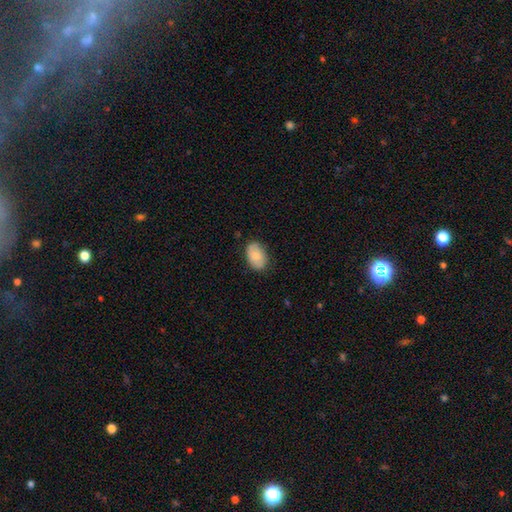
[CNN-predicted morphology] Smooth or featured: smooth — 81% (featured or disk — 12%)
How rounded: in between — 91% (round — 8%)
Merging: none — 81% (minor disturbance — 15%)